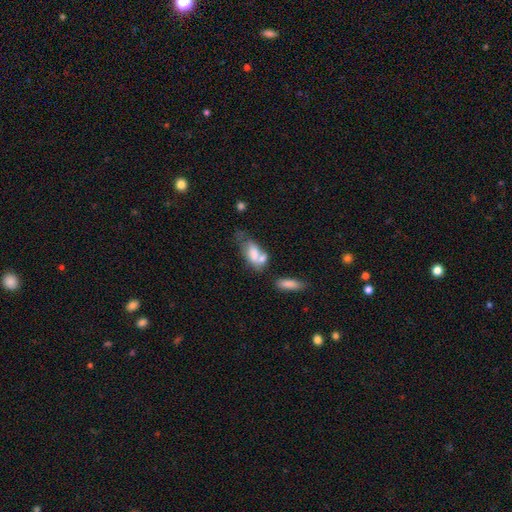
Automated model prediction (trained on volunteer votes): A smooth galaxy with no disk features (70%) that is in between round and cigar-shaped (87%). Merging: merger (44%).